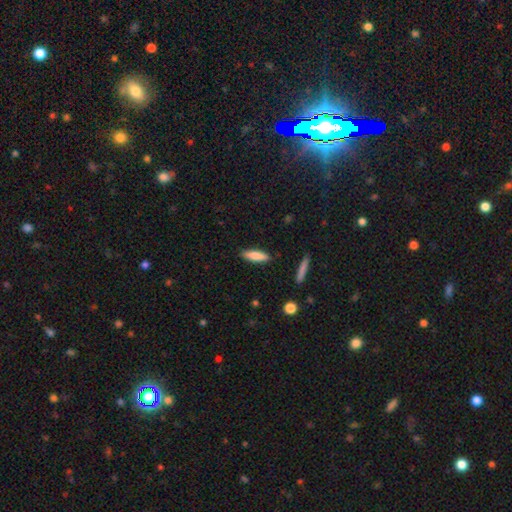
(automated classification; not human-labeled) A smooth galaxy with no disk features (81%) that is cigar-shaped (62%).

Vote fractions:
- Smooth or featured? smooth: 81% / featured or disk: 13% / star or artifact: 6%
- How rounded? cigar-shaped: 62% / in between: 36% / round: 2%
- Merging? none: 87% / minor disturbance: 9% / major disturbance: 2% / merger: 2%